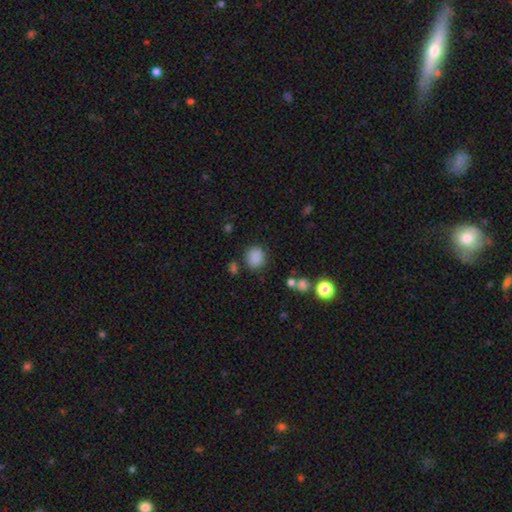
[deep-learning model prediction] A smooth galaxy with no disk features (85%) that is round (76%). Merging: none (81%).